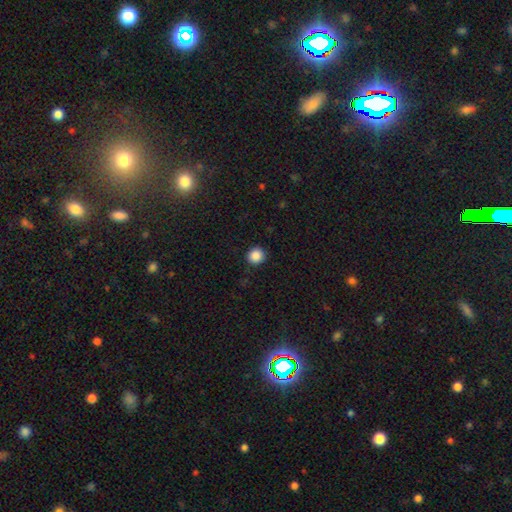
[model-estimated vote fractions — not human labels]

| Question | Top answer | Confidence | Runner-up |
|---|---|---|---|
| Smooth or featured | smooth | 88% | star or artifact (10%) |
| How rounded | round | 91% | in between (8%) |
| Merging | none | 91% | minor disturbance (6%) |